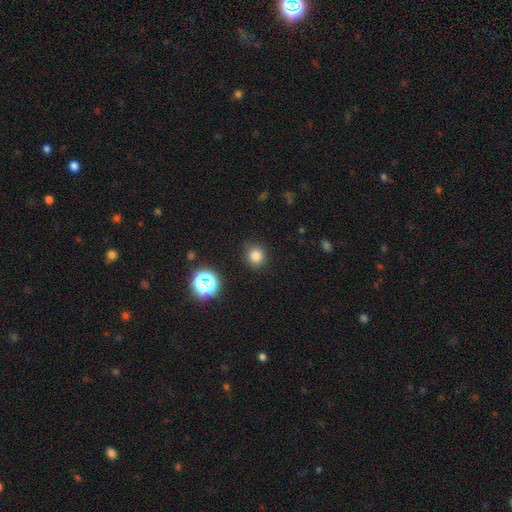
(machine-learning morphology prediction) This appears to be a smooth galaxy with no disk features (80%) that is round (83%). Merging: none (87%).